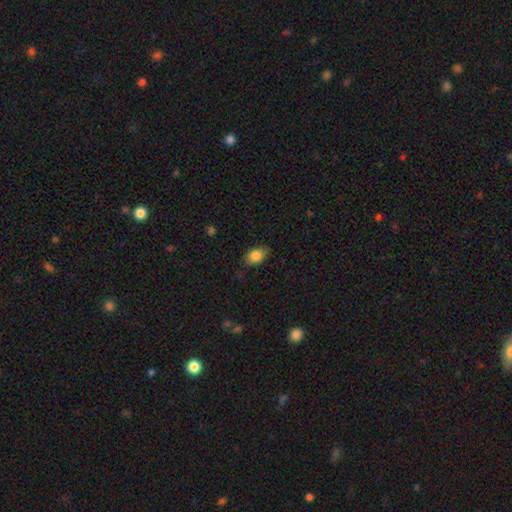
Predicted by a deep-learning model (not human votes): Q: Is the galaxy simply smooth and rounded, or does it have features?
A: smooth — 85%.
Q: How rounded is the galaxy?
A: in between — 82%.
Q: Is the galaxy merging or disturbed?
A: none — 80%.